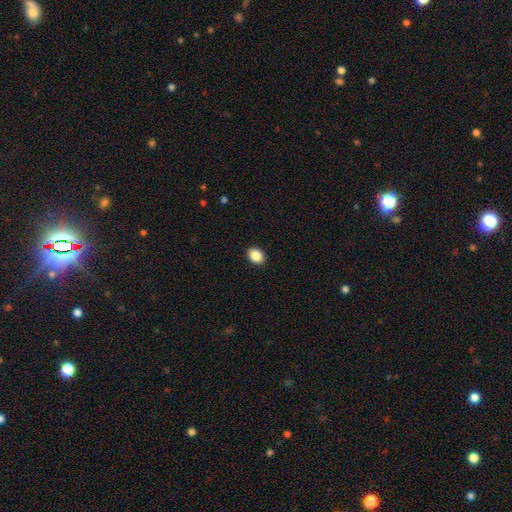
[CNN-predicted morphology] smooth 87%, star or artifact 8%, featured or disk 4%. Down the decision tree: how rounded — in between (65%); merging — none (91%).